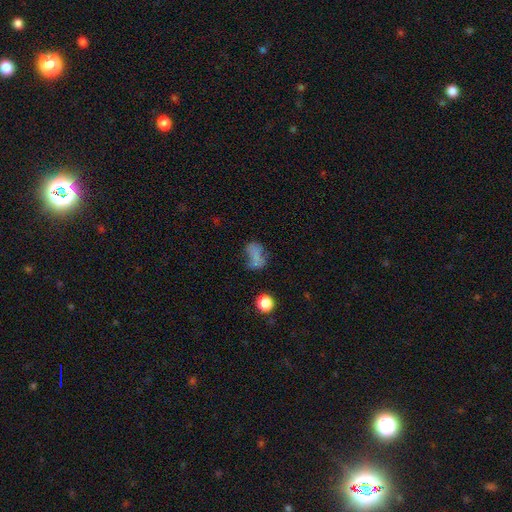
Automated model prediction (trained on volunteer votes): A smooth galaxy with no disk features (60%) that is in between round and cigar-shaped (72%).

Vote fractions:
- Smooth or featured? smooth: 60% / featured or disk: 22% / star or artifact: 18%
- How rounded? in between: 72% / round: 25% / cigar-shaped: 3%
- Merging? none: 38% / major disturbance: 25% / minor disturbance: 23% / merger: 14%